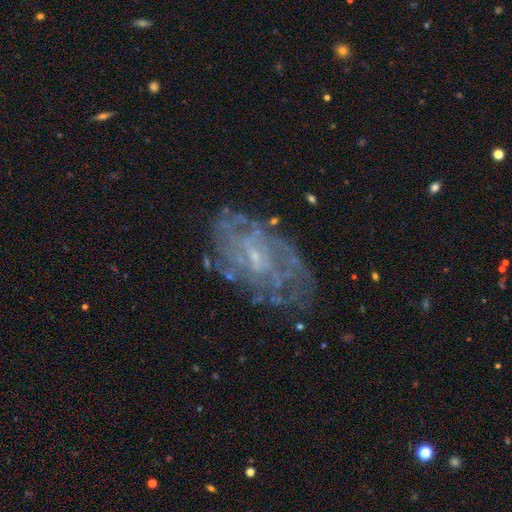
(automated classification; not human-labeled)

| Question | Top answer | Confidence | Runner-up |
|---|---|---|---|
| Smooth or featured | featured or disk | 77% | smooth (13%) |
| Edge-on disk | no | 95% | yes (5%) |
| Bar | no | 52% | weak (40%) |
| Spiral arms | yes | 75% | no (25%) |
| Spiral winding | tight | 58% | medium (30%) |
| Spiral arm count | can't tell | 61% | 2 (10%) |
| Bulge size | small | 74% | moderate (14%) |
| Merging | none | 70% | minor disturbance (18%) |